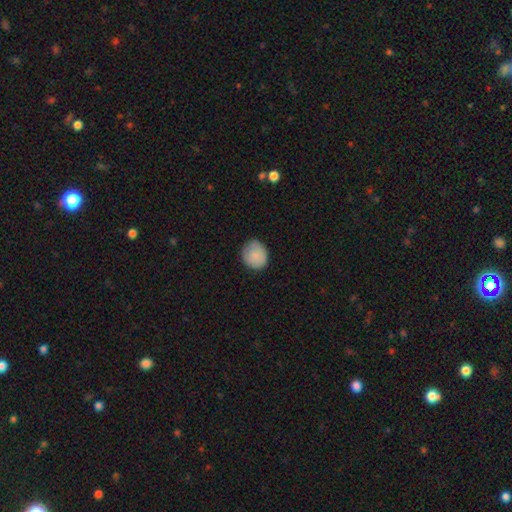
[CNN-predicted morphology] Smooth or featured? smooth (85%)
How rounded? round (77%)
Merging? none (77%)